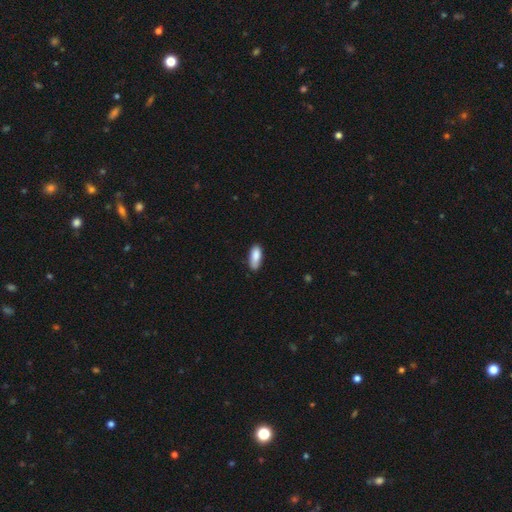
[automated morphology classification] This is clearly a smooth galaxy (87%). How rounded: likely in between (80%). Merging: likely none (72%).